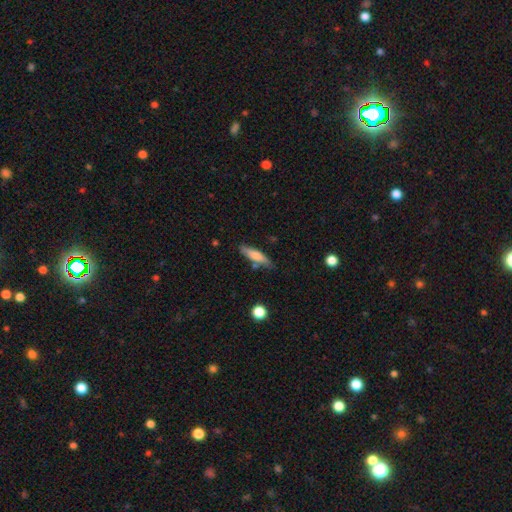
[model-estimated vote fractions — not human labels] A smooth galaxy with no disk features (70%) that is cigar-shaped (75%).

Vote fractions:
- Smooth or featured? smooth: 70% / featured or disk: 23% / star or artifact: 6%
- How rounded? cigar-shaped: 75% / in between: 23% / round: 2%
- Merging? none: 76% / minor disturbance: 15% / merger: 6% / major disturbance: 3%